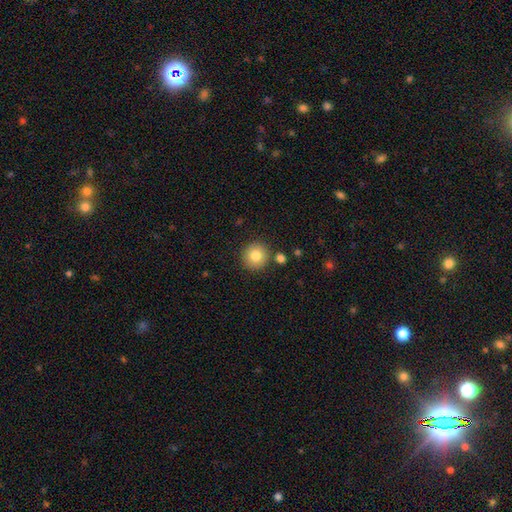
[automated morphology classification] Smooth or featured? Predicted: smooth (p=0.82). How rounded? Predicted: round (p=0.93). Merging? Predicted: none (p=0.86).